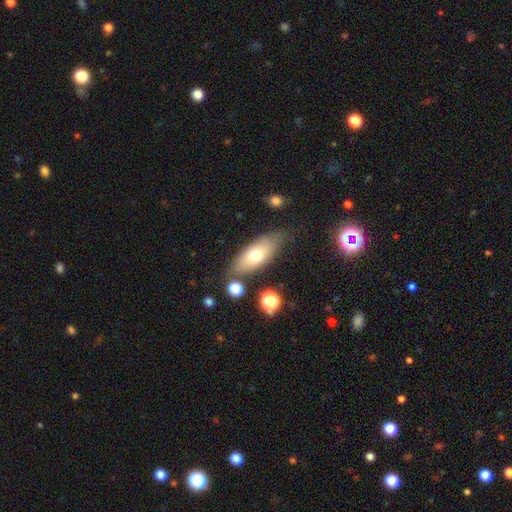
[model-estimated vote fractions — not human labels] Morphology: type=smooth (69%); roundness=in between (75%); merging=none (74%).